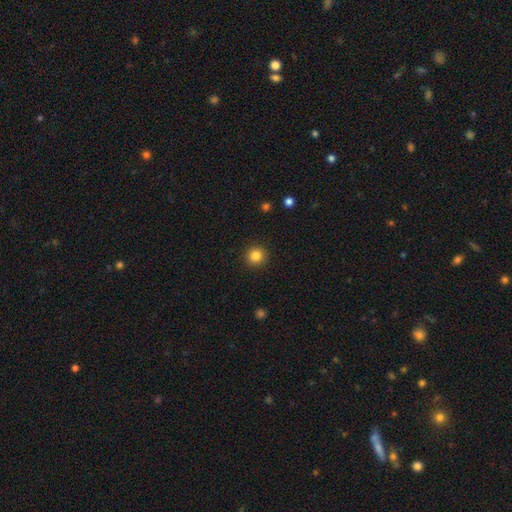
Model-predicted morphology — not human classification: A smooth galaxy with no disk features (84%) that is round (95%). Merging: none (92%).